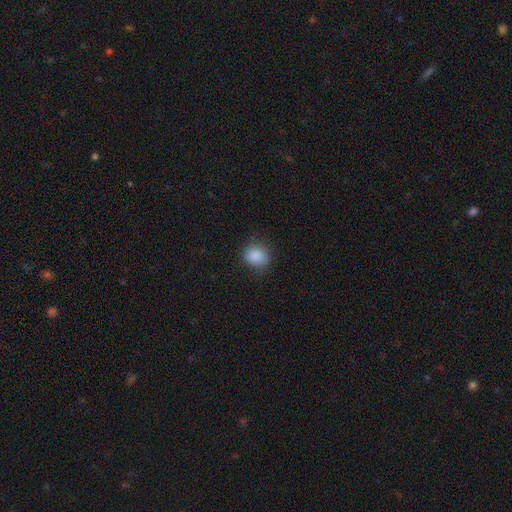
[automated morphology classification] A smooth galaxy with no disk features (88%) that is round (73%).

Vote fractions:
- Smooth or featured? smooth: 88% / star or artifact: 8% / featured or disk: 4%
- How rounded? round: 73% / in between: 26% / cigar-shaped: 1%
- Merging? none: 78% / minor disturbance: 16% / major disturbance: 5% / merger: 1%